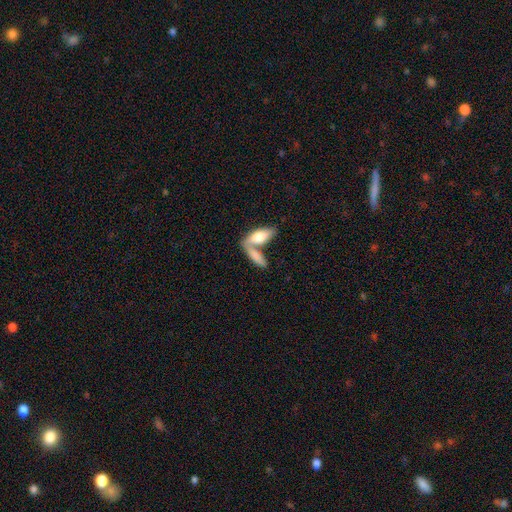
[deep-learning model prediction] This appears to be a smooth galaxy with no disk features (74%) that is in between round and cigar-shaped (63%). Merging: merger (56%).